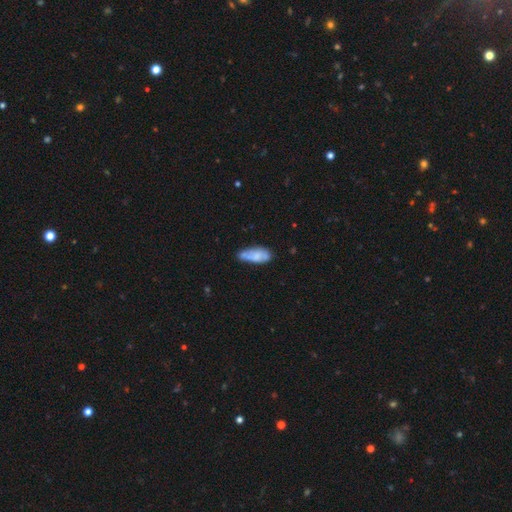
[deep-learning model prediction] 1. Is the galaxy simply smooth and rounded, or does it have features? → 65% smooth, 28% featured or disk, 7% star or artifact.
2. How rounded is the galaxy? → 78% in between, 20% cigar-shaped, 2% round.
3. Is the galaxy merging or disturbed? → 48% none, 31% minor disturbance, 12% merger, 9% major disturbance.